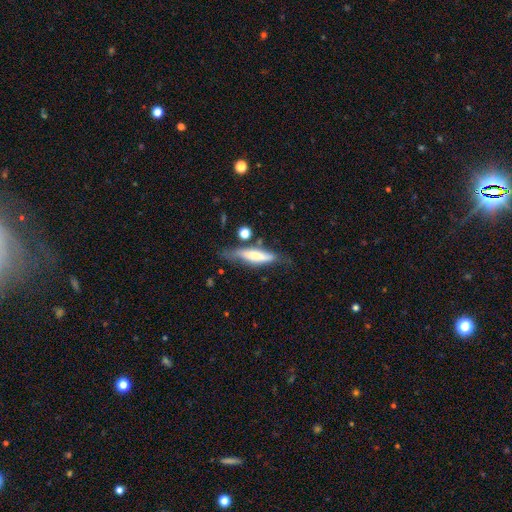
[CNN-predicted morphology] A smooth galaxy with no disk features (59%) that is cigar-shaped (74%). Merging: none (52%).